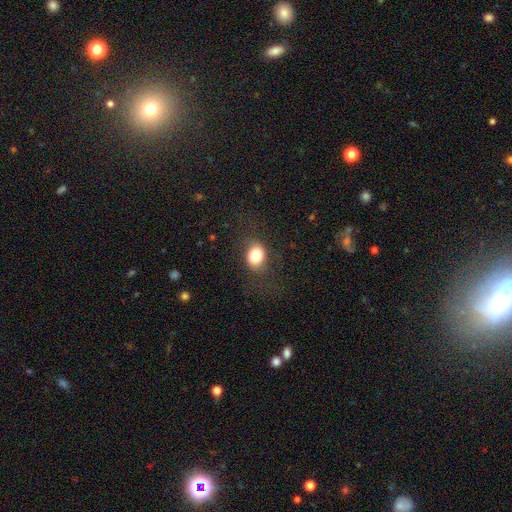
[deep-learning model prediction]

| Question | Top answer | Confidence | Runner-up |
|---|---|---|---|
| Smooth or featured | smooth | 81% | featured or disk (10%) |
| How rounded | in between | 54% | round (45%) |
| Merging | none | 73% | minor disturbance (16%) |